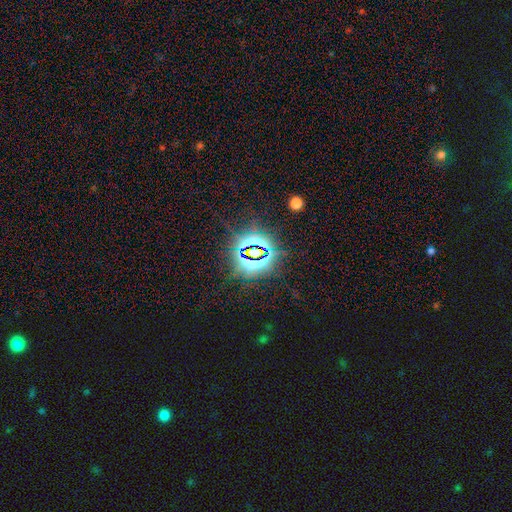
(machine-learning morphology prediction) Q: Smooth or featured?
A: star or artifact (82%); runner-up: smooth (10%)